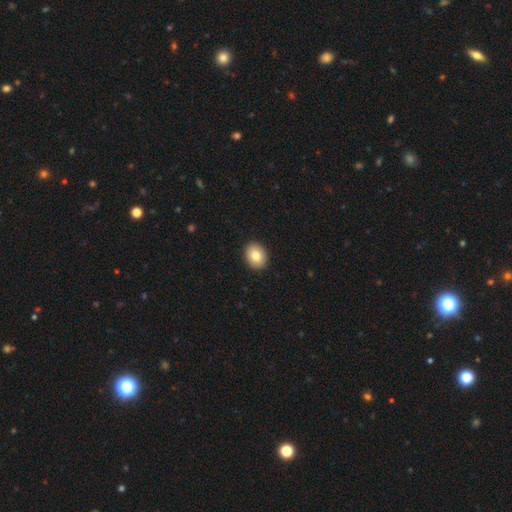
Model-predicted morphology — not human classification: The model was most divided on "how rounded": in between: 51%, round: 48%, cigar-shaped: 1%. More confident: merging — none (92%); smooth or featured — smooth (81%).